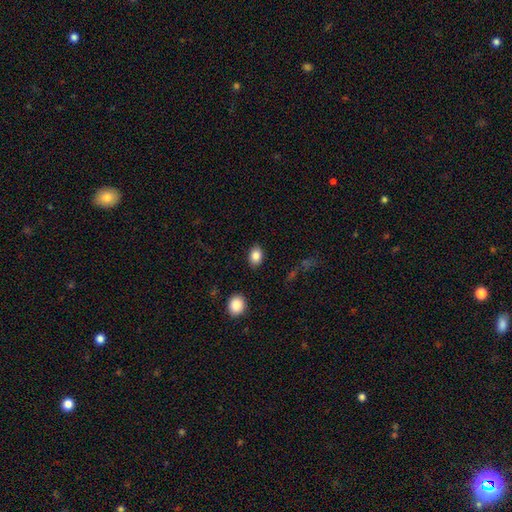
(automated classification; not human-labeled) This appears to be a smooth galaxy with no disk features (86%) that is in between round and cigar-shaped (73%). Merging: none (86%).